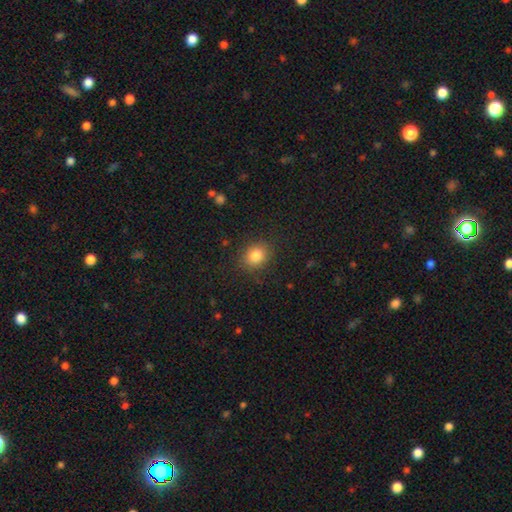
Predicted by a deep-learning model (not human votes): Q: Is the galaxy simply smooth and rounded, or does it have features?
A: smooth — 82%.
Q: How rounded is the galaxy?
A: round — 66%.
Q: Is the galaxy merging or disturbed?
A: none — 85%.